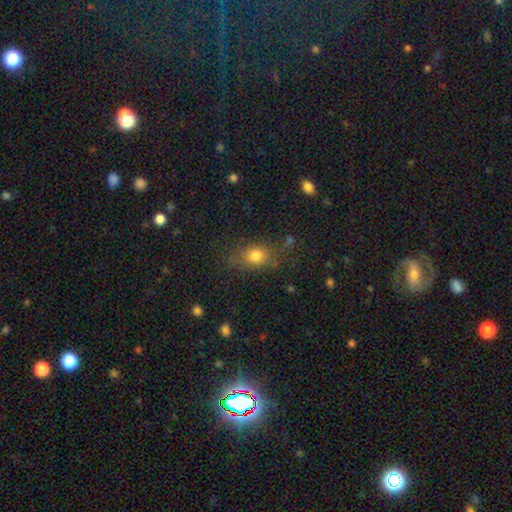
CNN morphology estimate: Smooth or featured? Predicted: smooth (p=0.77). How rounded? Predicted: in between (p=0.52). Merging? Predicted: none (p=0.73).